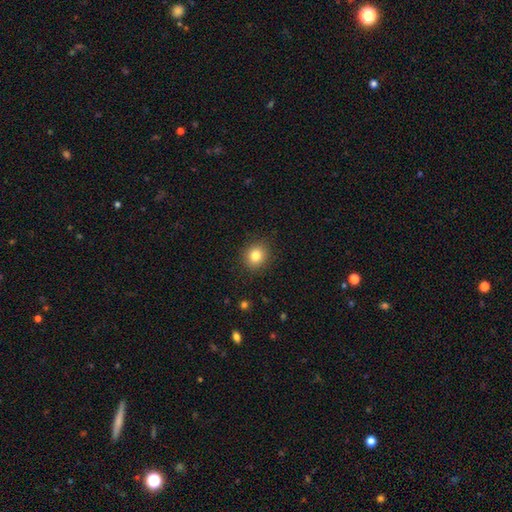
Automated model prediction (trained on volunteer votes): Q: Smooth or featured?
A: smooth (82%); runner-up: star or artifact (11%)
Q: How rounded?
A: round (81%); runner-up: in between (18%)
Q: Merging?
A: none (90%); runner-up: minor disturbance (7%)